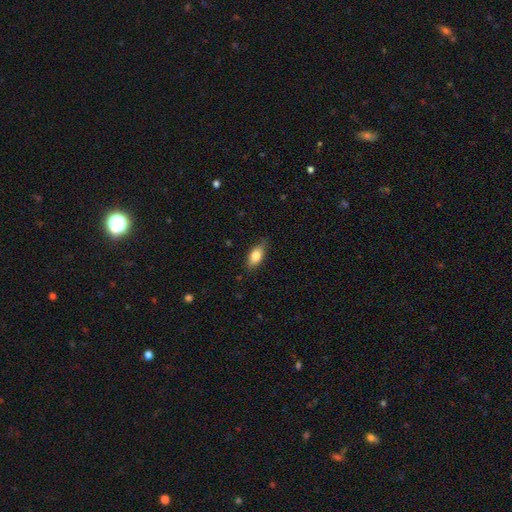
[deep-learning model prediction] smooth-or-featured: smooth: 79% | featured or disk: 14% | star or artifact: 7%
  how-rounded: in between: 86% | cigar-shaped: 10% | round: 5%
  merging: none: 78% | minor disturbance: 18% | major disturbance: 3% | merger: 1%